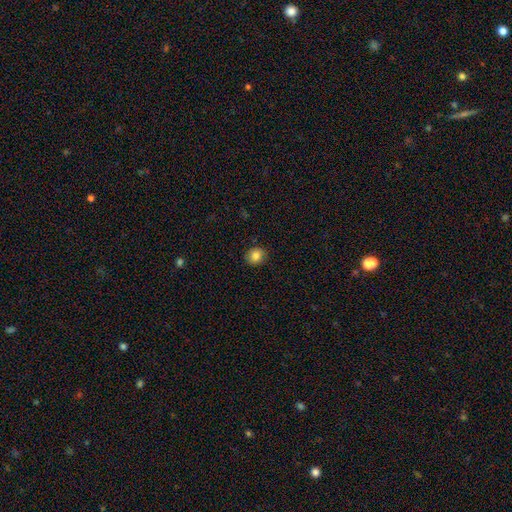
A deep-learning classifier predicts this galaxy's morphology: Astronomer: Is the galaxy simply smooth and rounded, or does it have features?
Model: smooth — 84%.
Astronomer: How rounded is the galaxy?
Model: round — 74%.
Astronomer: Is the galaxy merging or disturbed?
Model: none — 89%.